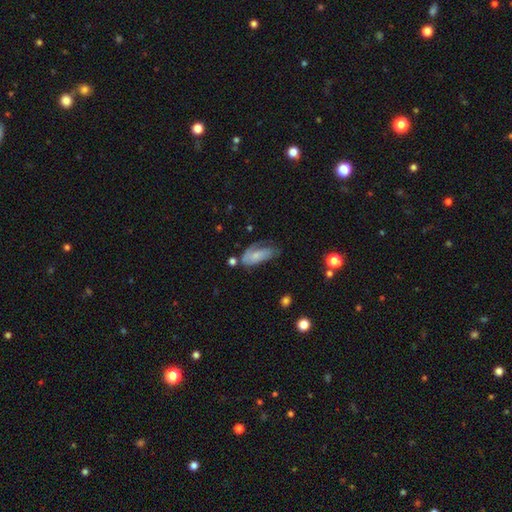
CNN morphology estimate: Smooth or featured: smooth — 54% (featured or disk — 39%)
How rounded: in between — 86% (cigar-shaped — 11%)
Merging: none — 35% (minor disturbance — 32%)